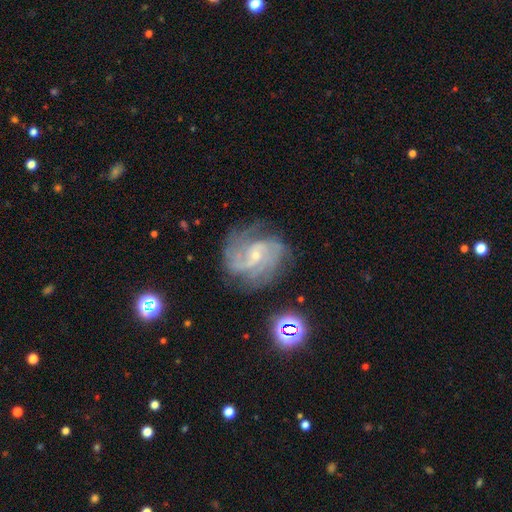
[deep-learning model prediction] Smooth or featured? Predicted: featured or disk (p=0.86). Edge-on disk? Predicted: no (p=0.98). Bar? Predicted: no (p=0.49). Spiral arms? Predicted: yes (p=0.97). Spiral winding? Predicted: medium (p=0.49). Spiral arm count? Predicted: 2 (p=0.37). Bulge size? Predicted: small (p=0.74). Merging? Predicted: none (p=0.66).